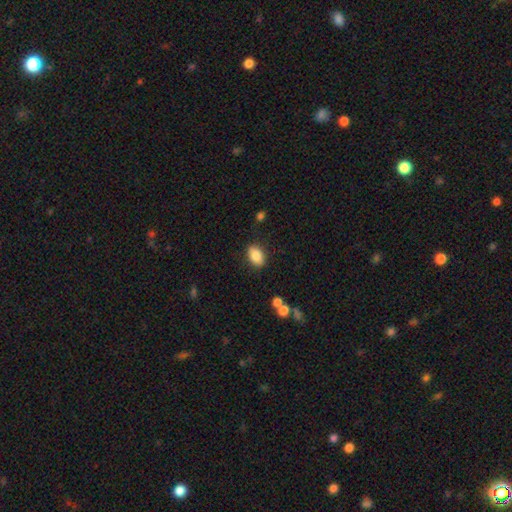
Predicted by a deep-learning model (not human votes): Smooth or featured: smooth — 86% (star or artifact — 8%)
How rounded: in between — 87% (round — 11%)
Merging: none — 84% (minor disturbance — 11%)